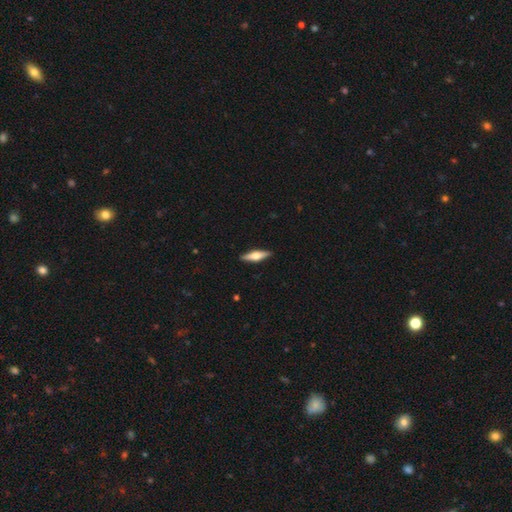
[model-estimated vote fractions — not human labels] Morphology: type=featured or disk (59%); edge-on=yes (96%); edge-on bulge=rounded (91%); merging=none (91%).